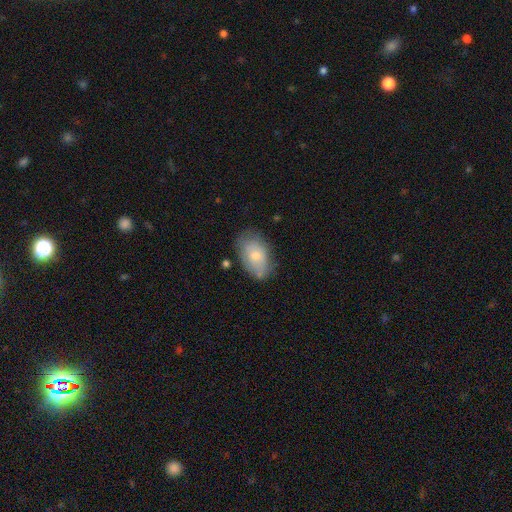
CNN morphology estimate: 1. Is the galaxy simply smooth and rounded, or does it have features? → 70% smooth, 23% featured or disk, 7% star or artifact.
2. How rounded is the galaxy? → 90% in between, 9% round, 1% cigar-shaped.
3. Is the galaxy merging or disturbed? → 63% none, 26% minor disturbance, 7% major disturbance, 4% merger.